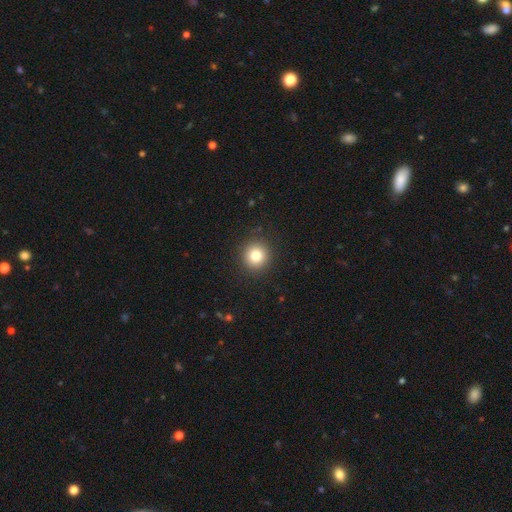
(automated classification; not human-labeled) The model was most divided on "smooth or featured": smooth: 81%, star or artifact: 12%, featured or disk: 7%. More confident: how rounded — round (93%); merging — none (91%).